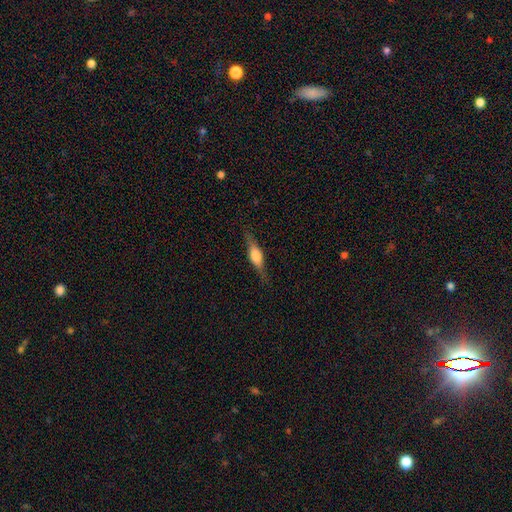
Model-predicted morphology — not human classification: A featured or disk galaxy (57%) viewed edge-on (94%) with a rounded central bulge (83%).

Vote fractions:
- Smooth or featured? featured or disk: 57% / smooth: 36% / star or artifact: 7%
- Edge-on disk? yes: 94% / no: 6%
- Edge-on bulge? rounded: 83% / boxy: 14% / none: 3%
- Merging? none: 82% / minor disturbance: 13% / major disturbance: 4% / merger: 1%